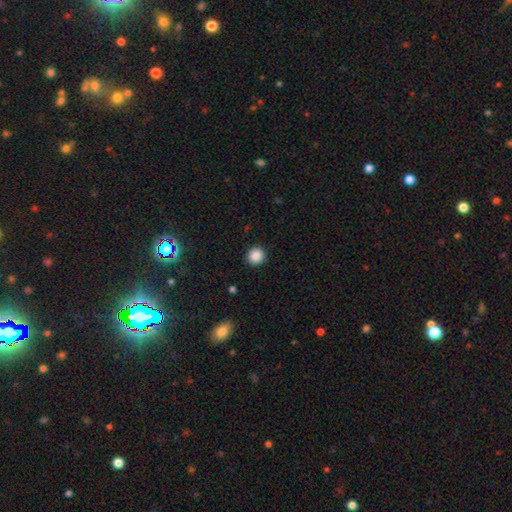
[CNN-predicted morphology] A smooth galaxy with no disk features (88%) that is round (94%).

Vote fractions:
- Smooth or featured? smooth: 88% / star or artifact: 10% / featured or disk: 3%
- How rounded? round: 94% / in between: 5% / cigar-shaped: 1%
- Merging? none: 92% / minor disturbance: 5% / major disturbance: 2% / merger: 1%